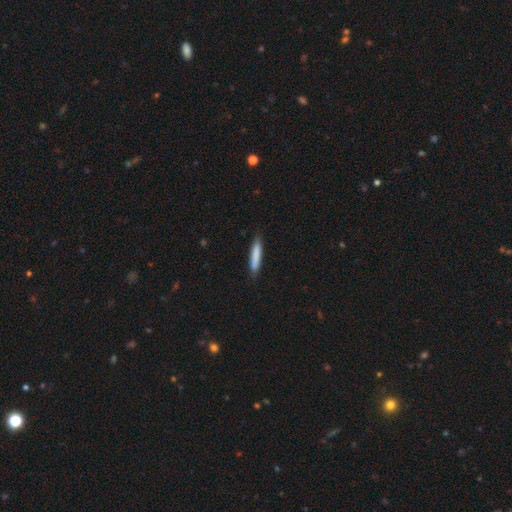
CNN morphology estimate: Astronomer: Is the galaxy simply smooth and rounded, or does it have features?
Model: smooth — 82%.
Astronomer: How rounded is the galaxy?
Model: cigar-shaped — 90%.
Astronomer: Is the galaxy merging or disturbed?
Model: none — 84%.